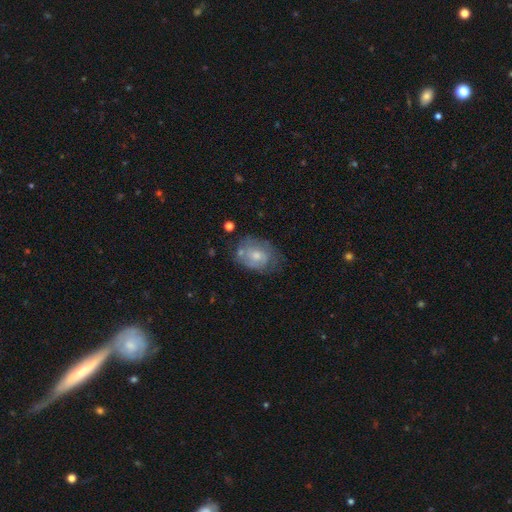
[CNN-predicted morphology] smooth-or-featured: featured or disk: 53% | smooth: 40% | star or artifact: 8%
  disk-edge-on: no: 96% | yes: 4%
    bar: no: 77% | weak: 21% | strong: 3%
    has-spiral-arms: yes: 61% | no: 39%
    bulge-size: moderate: 58% | small: 33% | large: 5% | none: 3% | dominant: 1%
  merging: none: 55% | minor disturbance: 27% | major disturbance: 12% | merger: 6%